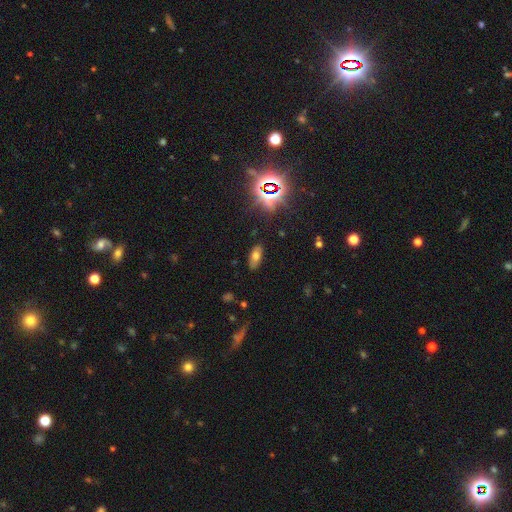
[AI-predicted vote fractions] A smooth galaxy with no disk features (61%) that is in between round and cigar-shaped (87%). Merging: none (84%).